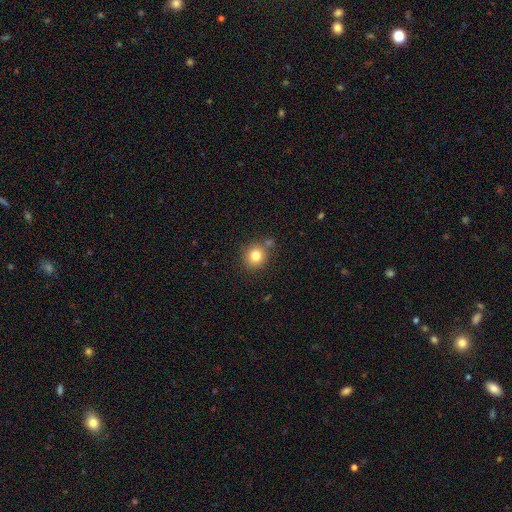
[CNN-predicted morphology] A smooth galaxy with no disk features (80%) that is round (85%). Merging: none (75%).